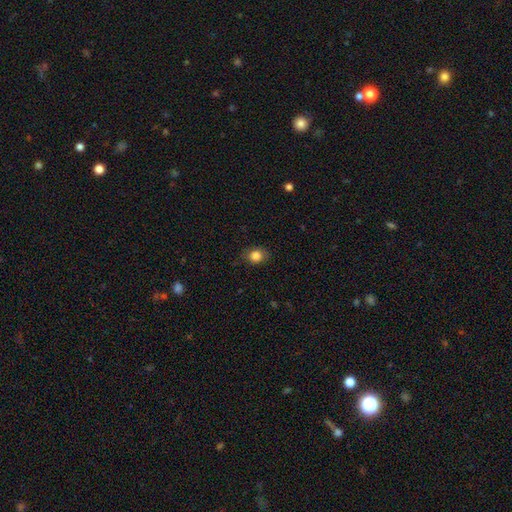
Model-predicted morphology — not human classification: Overall: smooth (84%). How rounded: round (58%; in between 41%). Merging: none (80%).